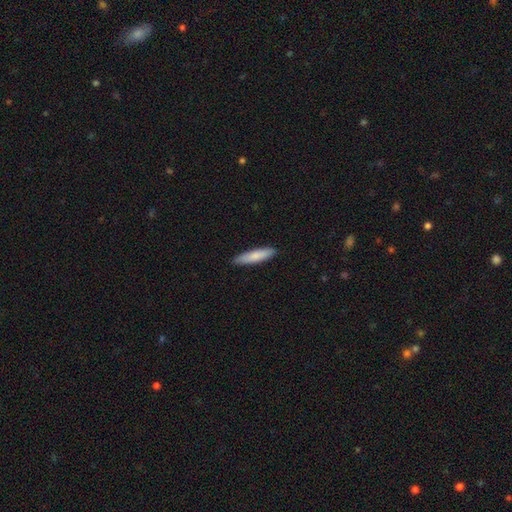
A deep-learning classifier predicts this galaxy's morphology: This is clearly a smooth galaxy (82%). How rounded: likely cigar-shaped (77%). Merging: clearly none (89%).